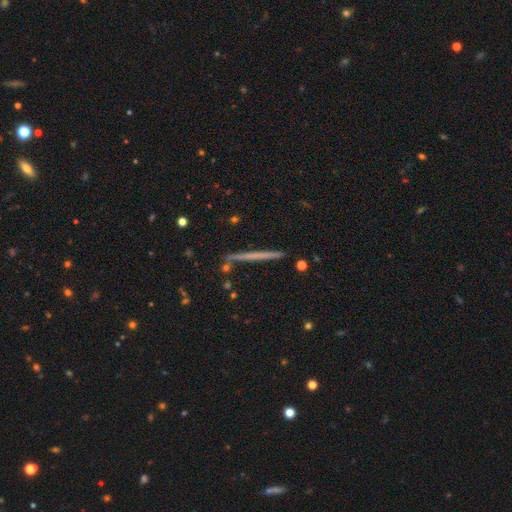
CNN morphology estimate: This is possibly a featured or disk galaxy (54%). It is clearly viewed edge-on (97%). Edge-on bulge: clearly none (87%). Merging: clearly none (88%).